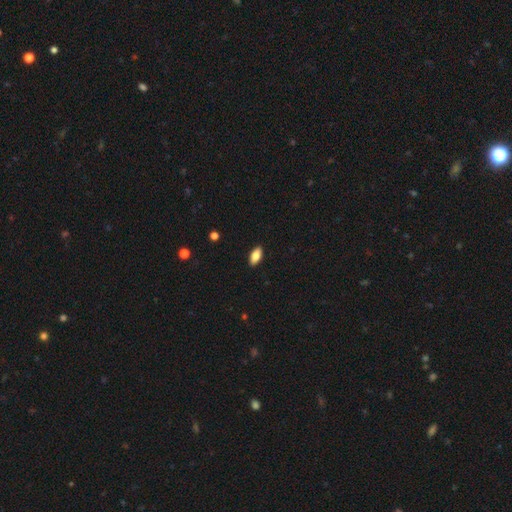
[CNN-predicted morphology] Overall: smooth (80%). How rounded: in between (89%). Merging: none (90%).